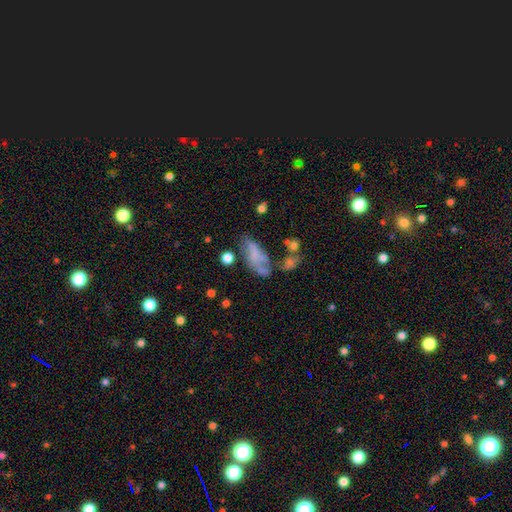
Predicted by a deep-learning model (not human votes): Smooth or featured?
  - smooth: 44% *
  - featured or disk: 42%
  - star or artifact: 14%
Merging?
  - major disturbance: 31% *
  - none: 28%
  - minor disturbance: 21%
  - merger: 20%